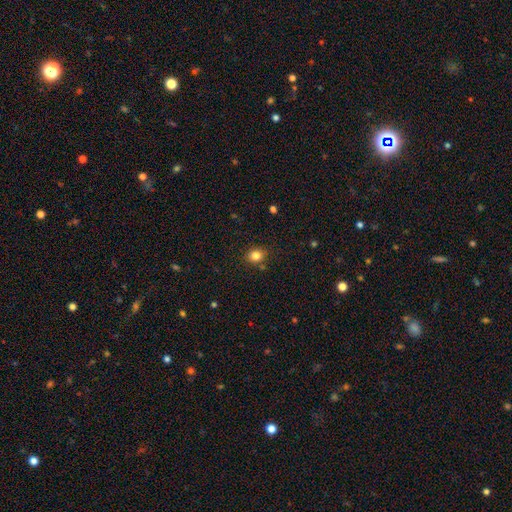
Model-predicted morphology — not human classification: This appears to be a smooth galaxy with no disk features (81%) that is round (71%). Merging: none (84%).